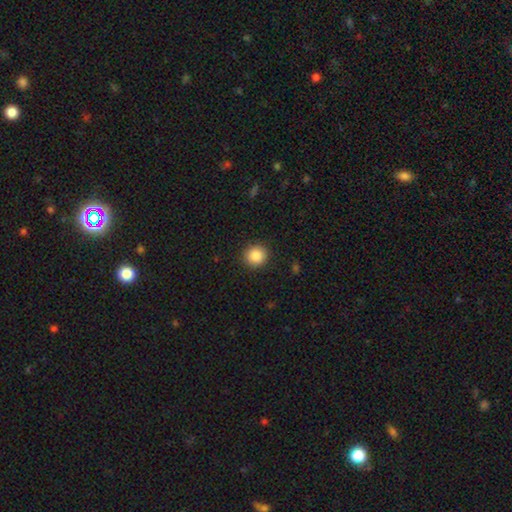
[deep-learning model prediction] A smooth galaxy with no disk features (88%) that is round (91%). Merging: none (90%).